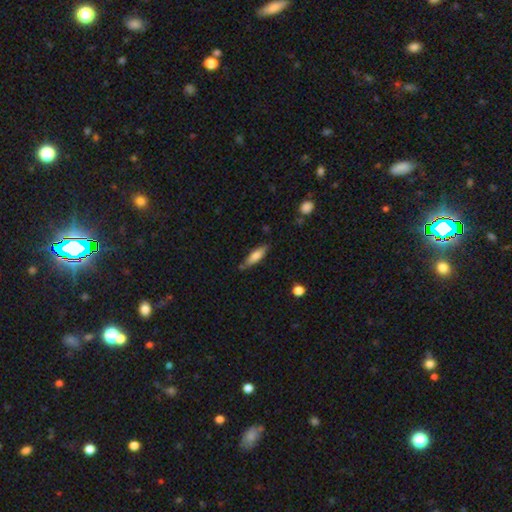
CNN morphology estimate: The model was most divided on "how rounded": cigar-shaped: 62%, in between: 36%, round: 2%. More confident: merging — none (74%); smooth or featured — smooth (69%).